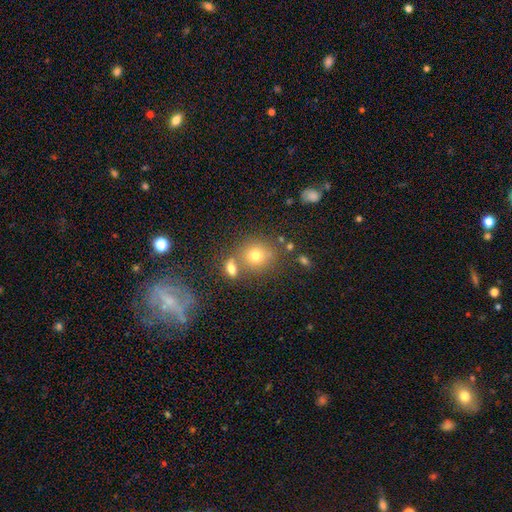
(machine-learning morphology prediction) smooth_or_featured: smooth (p=0.71) [alt: star or artifact p=0.15]
how_rounded: round (p=0.79) [alt: in between p=0.19]
merging: none (p=0.61) [alt: merger p=0.23]